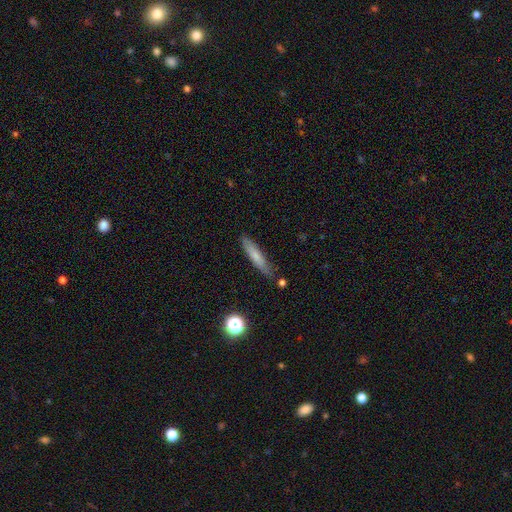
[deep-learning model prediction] A smooth galaxy with no disk features (69%) that is cigar-shaped (88%). Merging: none (80%).